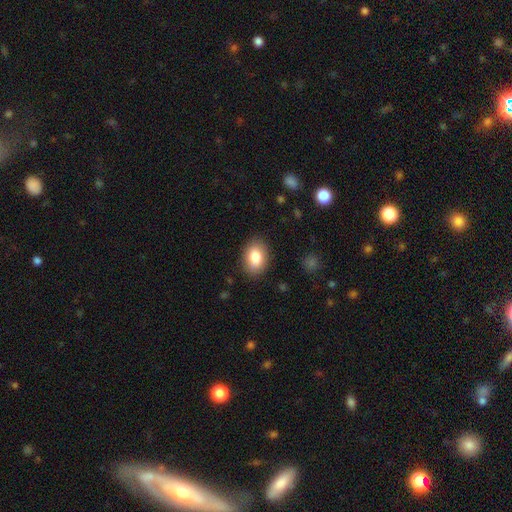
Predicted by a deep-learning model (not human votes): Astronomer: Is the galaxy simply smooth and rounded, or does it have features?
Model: smooth — 83%.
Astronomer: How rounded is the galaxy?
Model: in between — 81%.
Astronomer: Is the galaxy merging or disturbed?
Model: none — 86%.